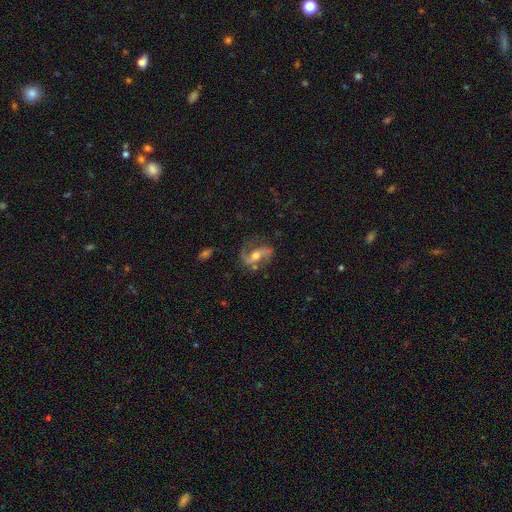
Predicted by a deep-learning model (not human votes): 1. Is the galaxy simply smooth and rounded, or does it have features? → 78% featured or disk, 14% smooth, 8% star or artifact.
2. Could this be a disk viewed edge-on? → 92% no, 8% yes.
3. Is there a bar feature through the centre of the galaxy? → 35% strong, 33% weak, 31% no.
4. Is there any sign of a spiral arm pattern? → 89% yes, 11% no.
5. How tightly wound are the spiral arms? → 47% loose, 39% medium, 14% tight.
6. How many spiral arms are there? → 82% 2, 10% 1, 5% can't tell, 1% 3, 1% 4, 1% more than 4.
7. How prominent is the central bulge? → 68% moderate, 22% small, 8% large, 2% none, 1% dominant.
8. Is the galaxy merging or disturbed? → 62% none, 19% minor disturbance, 15% major disturbance, 3% merger.